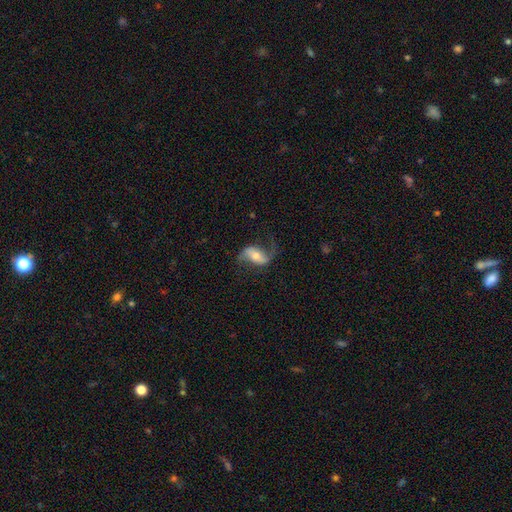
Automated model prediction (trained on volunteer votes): smooth-or-featured: featured or disk: 80% | smooth: 14% | star or artifact: 6%
  disk-edge-on: no: 95% | yes: 5%
    bar: strong: 37% | weak: 35% | no: 28%
    has-spiral-arms: yes: 94% | no: 6%
      spiral-winding: loose: 78% | medium: 17% | tight: 5%
      spiral-arm-count: 2: 91% | 1: 4% | can't tell: 2% | 3: 1% | 4: 1% | more than 4: 1%
    bulge-size: moderate: 57% | small: 33% | large: 6% | none: 2% | dominant: 2%
  merging: none: 71% | minor disturbance: 16% | major disturbance: 12% | merger: 2%